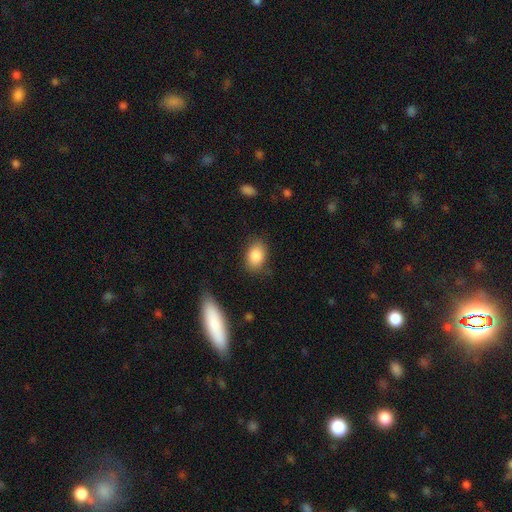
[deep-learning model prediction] Q: Smooth or featured?
A: smooth (87%); runner-up: star or artifact (8%)
Q: How rounded?
A: in between (80%); runner-up: round (19%)
Q: Merging?
A: none (80%); runner-up: minor disturbance (14%)